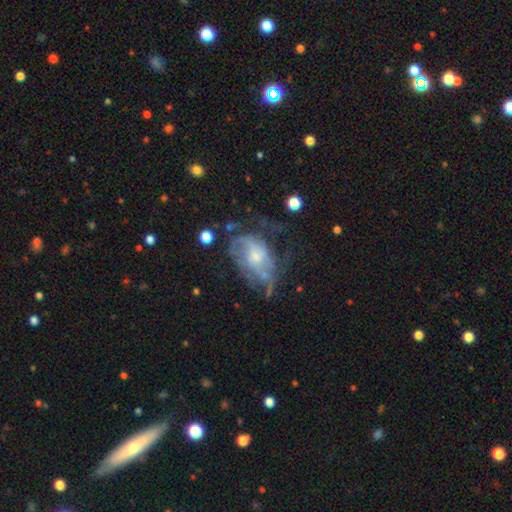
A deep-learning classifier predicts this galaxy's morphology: This is likely a featured or disk galaxy (70%). It is clearly not viewed edge-on (96%). Bar: likely no (67%). Spiral arm pattern: likely yes (66%). Central bulge: possibly small (55%). Merging: marginally major disturbance (37%).